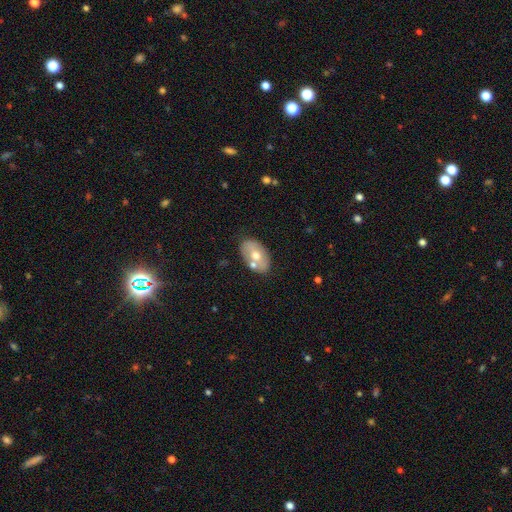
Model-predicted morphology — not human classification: A smooth galaxy with no disk features (57%) that is in between round and cigar-shaped (90%).

Vote fractions:
- Smooth or featured? smooth: 57% / featured or disk: 36% / star or artifact: 7%
- How rounded? in between: 90% / round: 9% / cigar-shaped: 1%
- Merging? none: 67% / merger: 15% / minor disturbance: 15% / major disturbance: 4%